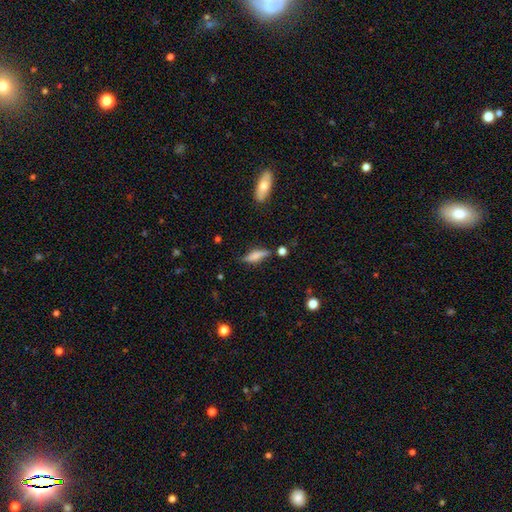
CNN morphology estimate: The model was most divided on "how rounded": cigar-shaped: 57%, in between: 40%, round: 3%. More confident: merging — none (69%); smooth or featured — smooth (59%).